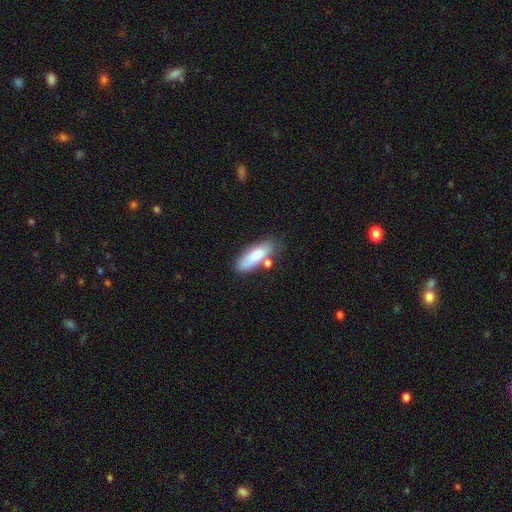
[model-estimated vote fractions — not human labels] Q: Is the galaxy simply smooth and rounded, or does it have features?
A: smooth — 81%.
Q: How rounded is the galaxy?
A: in between — 59%.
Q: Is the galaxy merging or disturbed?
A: none — 63%.